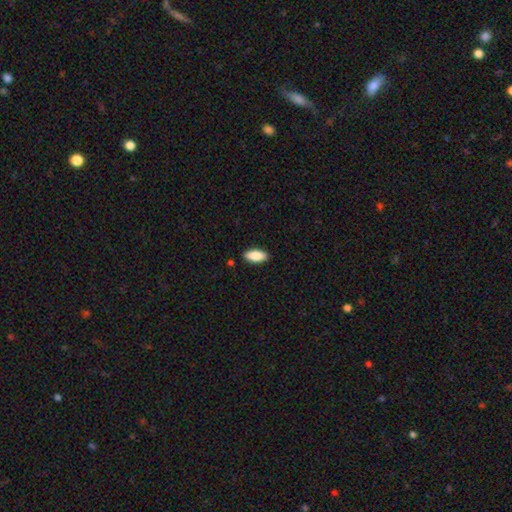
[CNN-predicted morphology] smooth_or_featured: smooth (p=0.87) [alt: featured or disk p=0.07]
how_rounded: in between (p=0.88) [alt: cigar-shaped p=0.10]
merging: none (p=0.89) [alt: minor disturbance p=0.08]